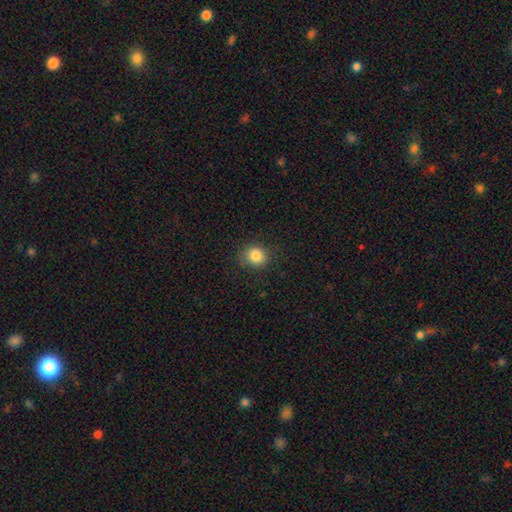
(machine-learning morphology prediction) type=smooth (84%); roundness=round (82%); merging=none (82%).